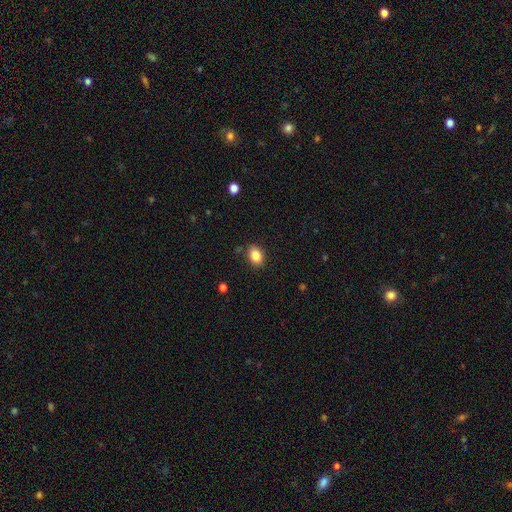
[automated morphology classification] The model was most divided on "how rounded": in between: 77%, round: 22%, cigar-shaped: 1%. More confident: smooth or featured — smooth (85%); merging — none (85%).